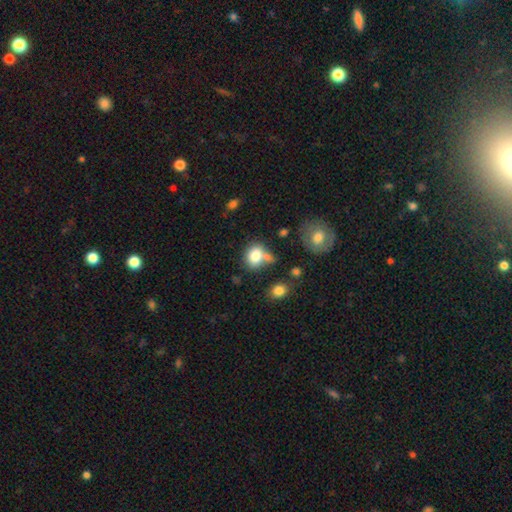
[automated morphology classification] Q: Smooth or featured?
A: smooth (80%); runner-up: featured or disk (11%)
Q: How rounded?
A: in between (50%); runner-up: round (49%)
Q: Merging?
A: none (46%); runner-up: merger (28%)